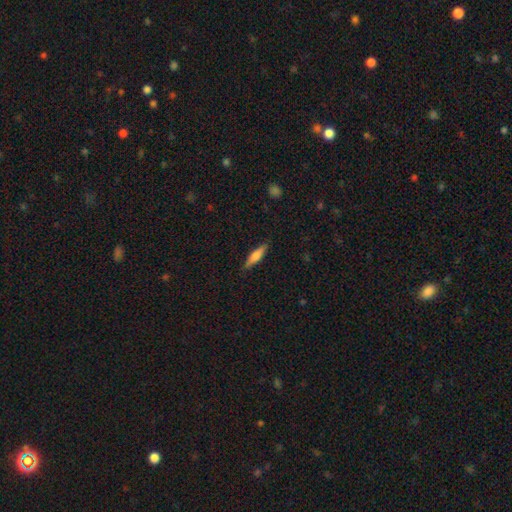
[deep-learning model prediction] Smooth or featured? Predicted: smooth (p=0.64). How rounded? Predicted: cigar-shaped (p=0.77). Merging? Predicted: none (p=0.88).